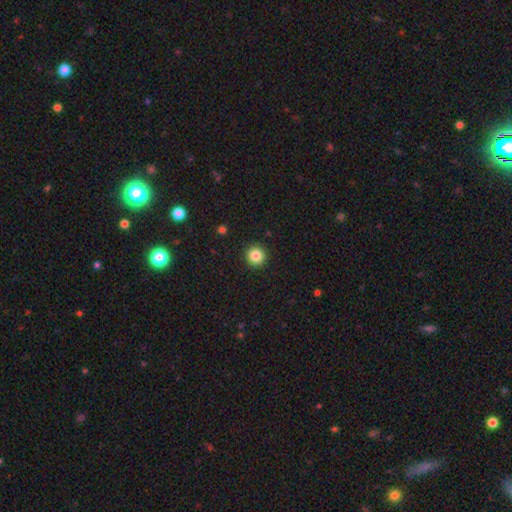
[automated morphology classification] Q: Smooth or featured?
A: smooth (84%); runner-up: star or artifact (11%)
Q: How rounded?
A: round (95%); runner-up: in between (4%)
Q: Merging?
A: none (93%); runner-up: minor disturbance (4%)